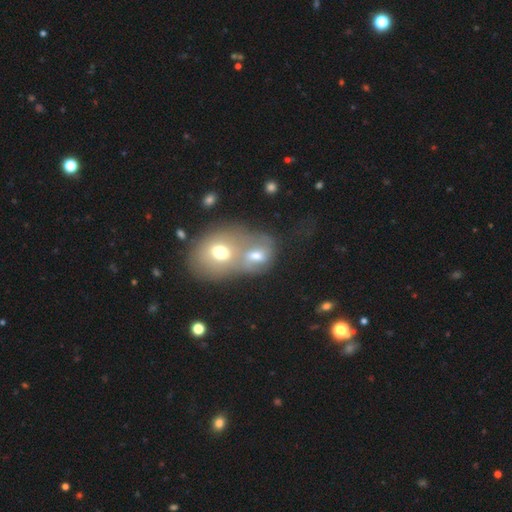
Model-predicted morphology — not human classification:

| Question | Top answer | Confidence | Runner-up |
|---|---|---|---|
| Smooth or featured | smooth | 56% | featured or disk (32%) |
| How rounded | in between | 52% | round (47%) |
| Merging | merger | 73% | none (14%) |